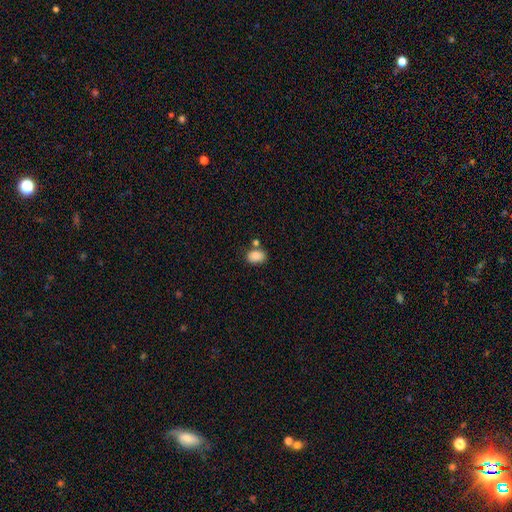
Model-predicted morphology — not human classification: Overall: smooth (85%). How rounded: in between (78%). Merging: none (64%).